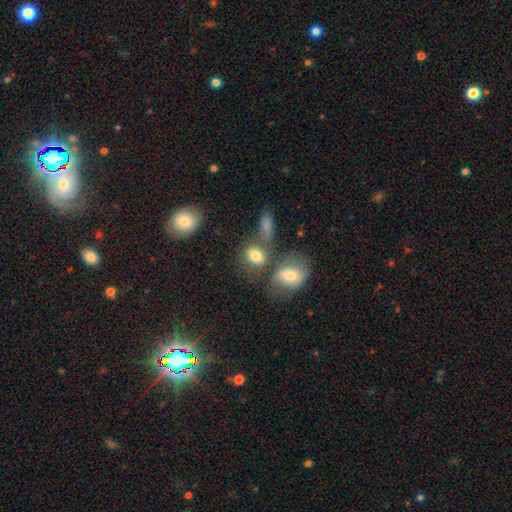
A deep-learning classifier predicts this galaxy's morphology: Smooth or featured: smooth — 75% (featured or disk — 13%)
How rounded: in between — 71% (round — 26%)
Merging: none — 40% (merger — 35%)